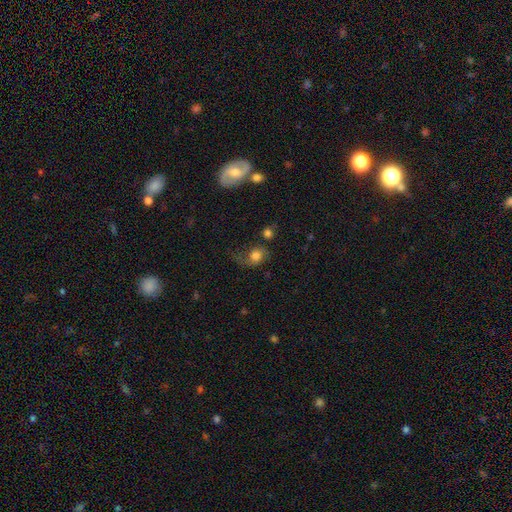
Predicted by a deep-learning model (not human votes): Morphology: type=smooth (72%); roundness=round (59%); merging=none (37%).